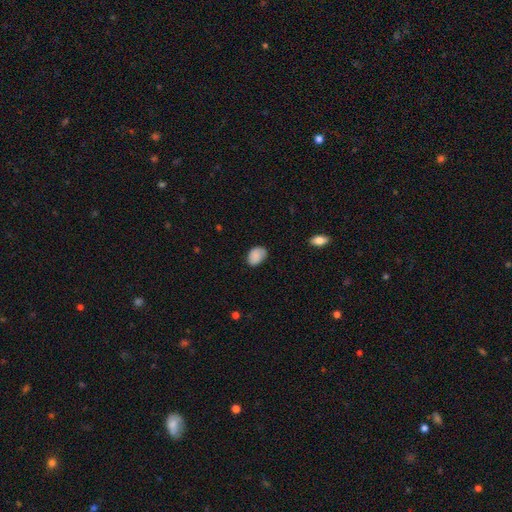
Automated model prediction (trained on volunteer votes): Overall: smooth (86%). How rounded: in between (82%). Merging: none (71%).